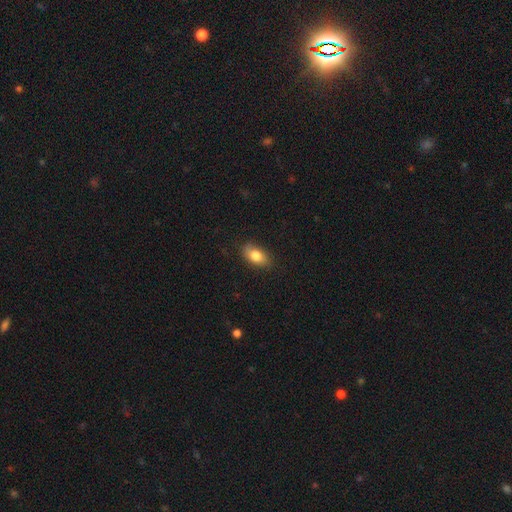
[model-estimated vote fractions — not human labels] A smooth galaxy with no disk features (81%) that is in between round and cigar-shaped (89%).

Vote fractions:
- Smooth or featured? smooth: 81% / featured or disk: 11% / star or artifact: 7%
- How rounded? in between: 89% / round: 7% / cigar-shaped: 4%
- Merging? none: 83% / minor disturbance: 13% / major disturbance: 3% / merger: 1%